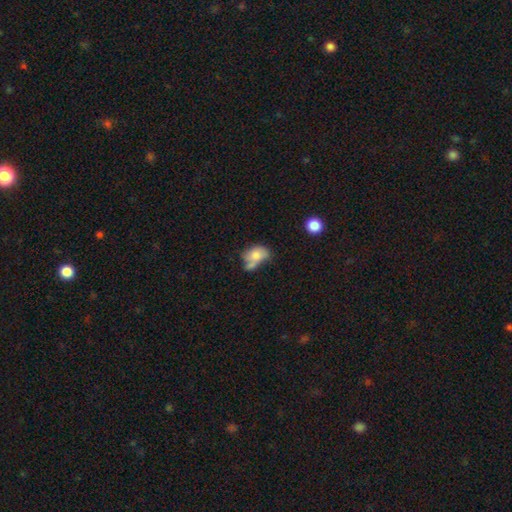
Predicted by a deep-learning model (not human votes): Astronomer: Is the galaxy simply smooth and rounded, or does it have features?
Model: smooth — 70%.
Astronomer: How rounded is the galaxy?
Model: in between — 80%.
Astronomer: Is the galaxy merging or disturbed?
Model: merger — 38% (runner-up: none, 28%).